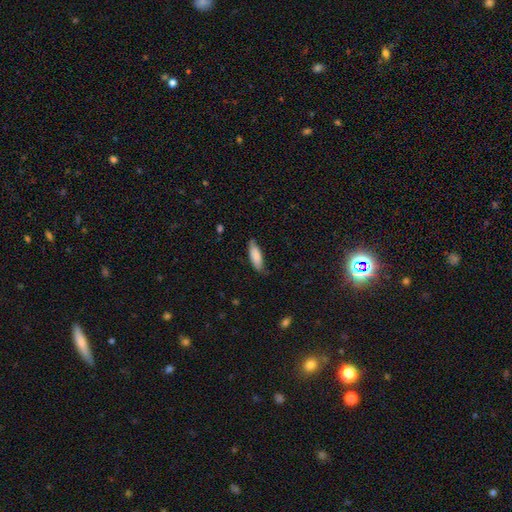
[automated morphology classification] This is clearly a smooth galaxy (84%). How rounded: possibly in between (60%). Merging: likely none (74%).